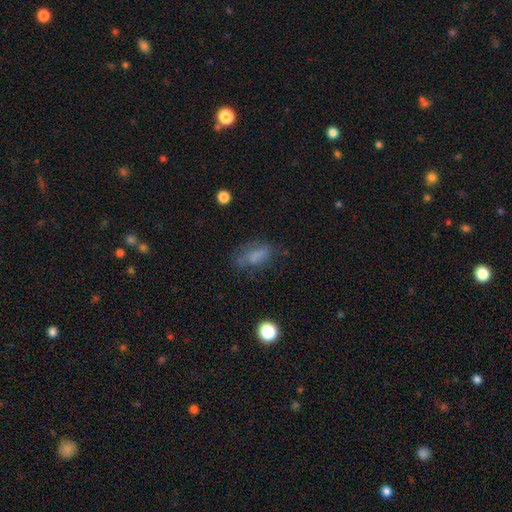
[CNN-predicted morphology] smooth-or-featured: smooth: 68% | featured or disk: 18% | star or artifact: 14%
  how-rounded: in between: 84% | cigar-shaped: 8% | round: 8%
  merging: none: 56% | minor disturbance: 25% | major disturbance: 16% | merger: 3%